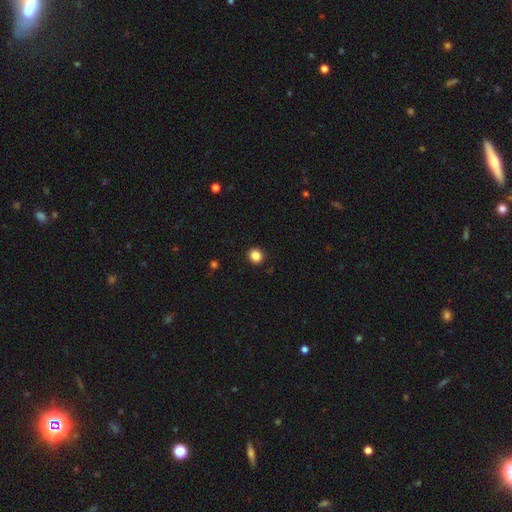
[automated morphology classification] This is clearly a smooth galaxy (86%). How rounded: clearly round (81%). Merging: clearly none (92%).